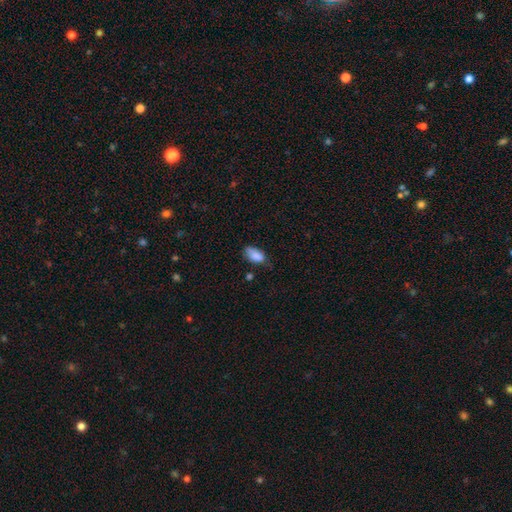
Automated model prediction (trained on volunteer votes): Smooth or featured? Predicted: smooth (p=0.86). How rounded? Predicted: in between (p=0.92). Merging? Predicted: none (p=0.55).